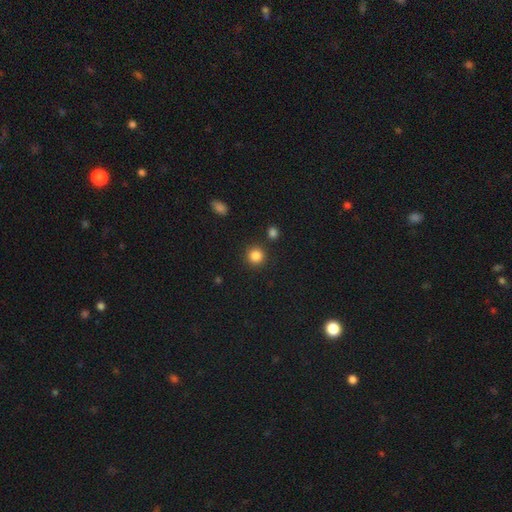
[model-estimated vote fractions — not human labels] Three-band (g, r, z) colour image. It shows a smooth galaxy with no disk features (86%) that is round (93%). Merging: none (88%).